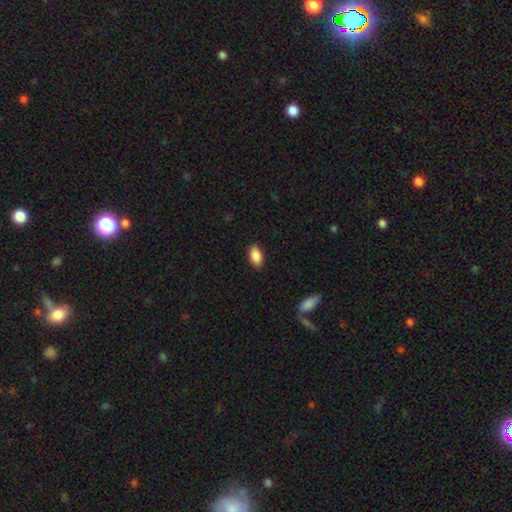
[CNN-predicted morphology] smooth_or_featured: smooth (p=0.88) [alt: star or artifact p=0.07]
how_rounded: in between (p=0.92) [alt: cigar-shaped p=0.04]
merging: none (p=0.87) [alt: minor disturbance p=0.10]